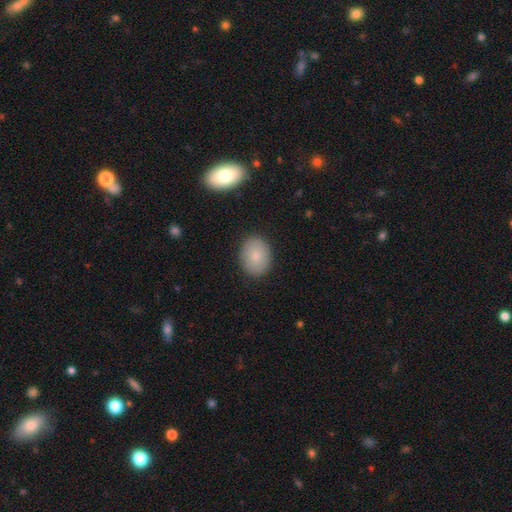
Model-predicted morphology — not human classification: smooth 83%, featured or disk 10%, star or artifact 7%. Down the decision tree: how rounded — in between (62%); merging — none (87%).